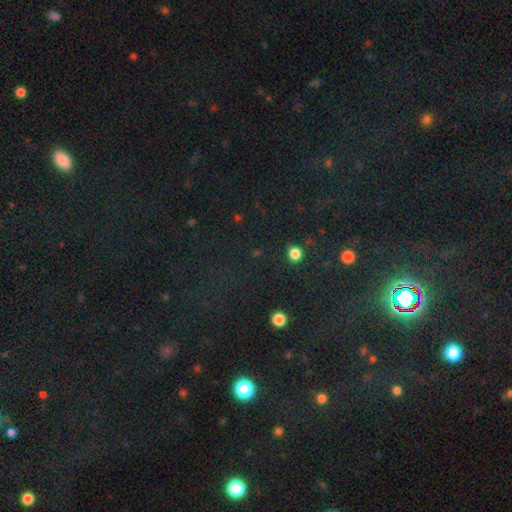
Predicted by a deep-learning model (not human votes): smooth_or_featured: star or artifact (p=0.75) [alt: smooth p=0.17]